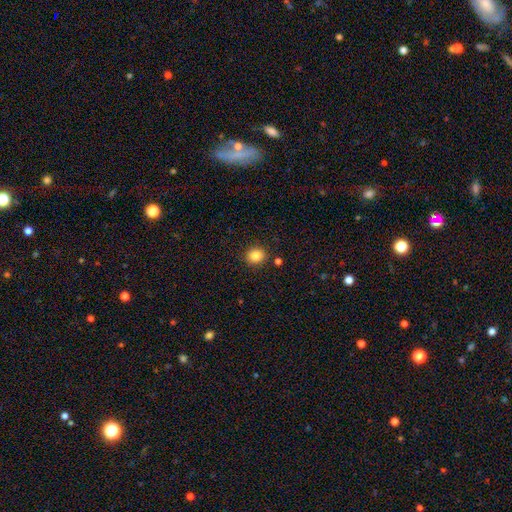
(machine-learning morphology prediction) This appears to be a smooth galaxy with no disk features (85%) that is round (73%). Merging: none (87%).